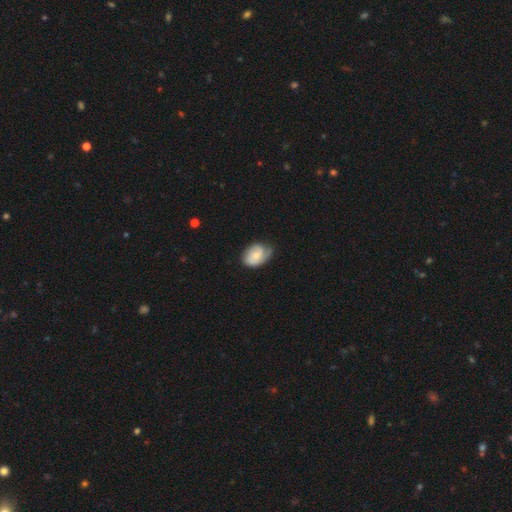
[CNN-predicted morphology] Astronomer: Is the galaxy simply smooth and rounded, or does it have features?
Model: smooth — 47%, tied with featured or disk at 47%.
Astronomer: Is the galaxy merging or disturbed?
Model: none — 57% (runner-up: minor disturbance, 32%).